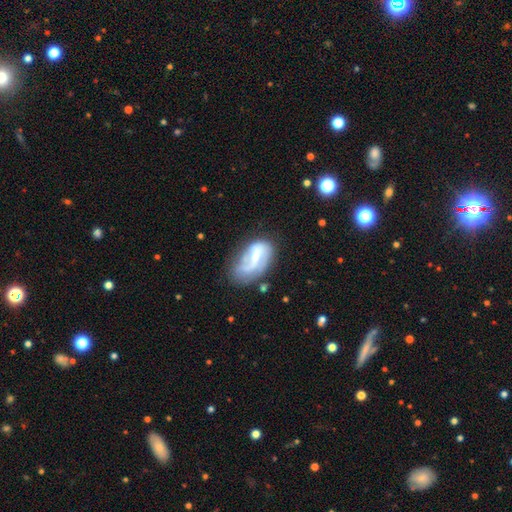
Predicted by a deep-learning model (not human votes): This is likely a featured or disk galaxy (64%). It is clearly not viewed edge-on (96%). Bar: possibly weak (47%). Spiral arm pattern: likely yes (75%). Central bulge: marginally small (41%). Merging: possibly none (47%).